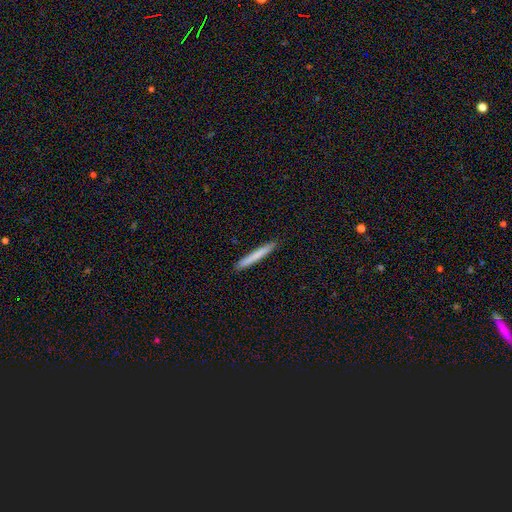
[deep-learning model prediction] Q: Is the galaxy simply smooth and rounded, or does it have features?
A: smooth — 75%.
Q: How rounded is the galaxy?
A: cigar-shaped — 97%.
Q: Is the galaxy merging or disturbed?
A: none — 92%.